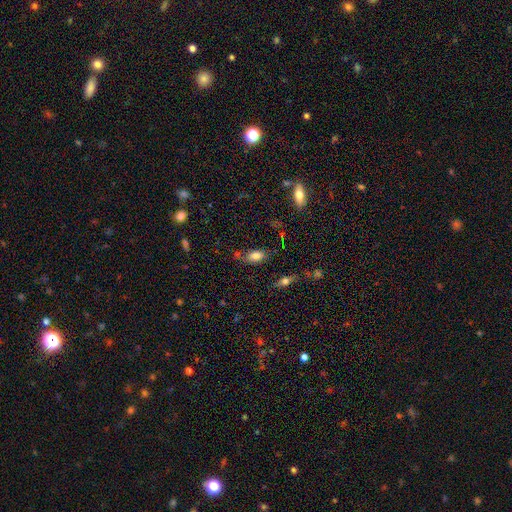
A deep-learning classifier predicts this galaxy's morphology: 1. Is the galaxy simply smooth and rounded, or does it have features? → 79% smooth, 11% featured or disk, 10% star or artifact.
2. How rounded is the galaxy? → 89% in between, 6% round, 5% cigar-shaped.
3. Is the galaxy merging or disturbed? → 67% none, 19% minor disturbance, 9% merger, 5% major disturbance.